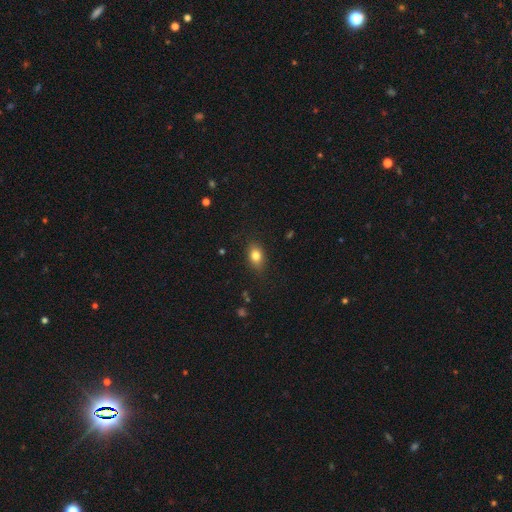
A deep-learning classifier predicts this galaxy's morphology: The model was most divided on "how rounded": in between: 78%, round: 20%, cigar-shaped: 2%. More confident: merging — none (85%); smooth or featured — smooth (82%).